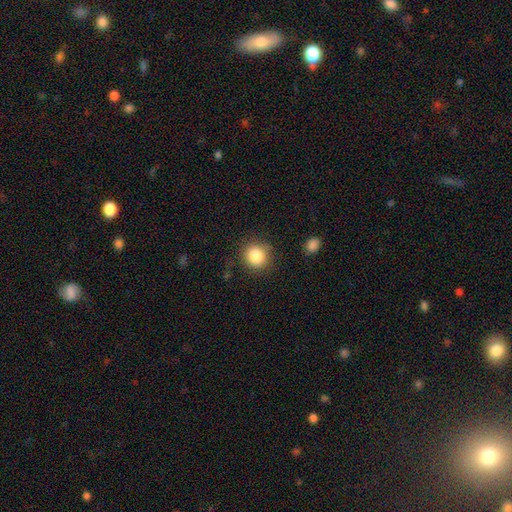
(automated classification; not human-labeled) A smooth galaxy with no disk features (86%) that is round (89%).

Vote fractions:
- Smooth or featured? smooth: 86% / star or artifact: 9% / featured or disk: 5%
- How rounded? round: 89% / in between: 10% / cigar-shaped: 1%
- Merging? none: 84% / minor disturbance: 10% / major disturbance: 3% / merger: 2%